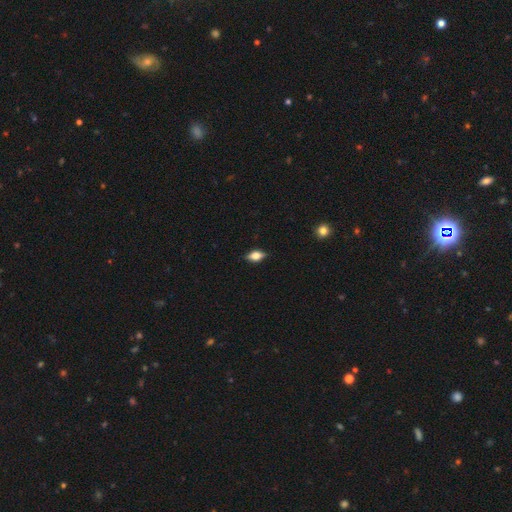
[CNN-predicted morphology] A smooth galaxy with no disk features (58%) that is in between round and cigar-shaped (81%).

Vote fractions:
- Smooth or featured? smooth: 58% / featured or disk: 33% / star or artifact: 9%
- How rounded? in between: 81% / cigar-shaped: 11% / round: 9%
- Merging? none: 85% / minor disturbance: 11% / major disturbance: 2% / merger: 1%